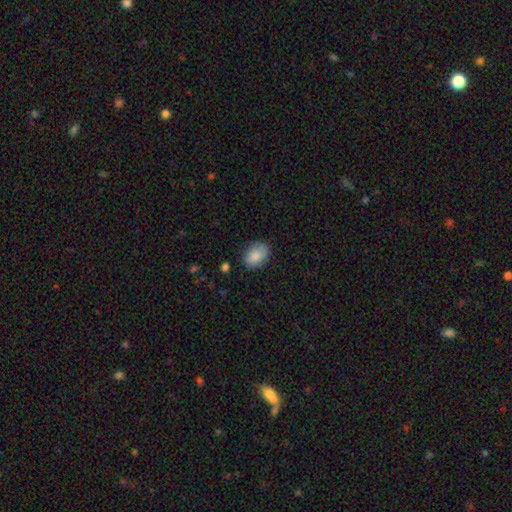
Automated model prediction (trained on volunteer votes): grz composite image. It shows a smooth galaxy with no disk features (84%) that is in between round and cigar-shaped (79%). Merging: none (76%).